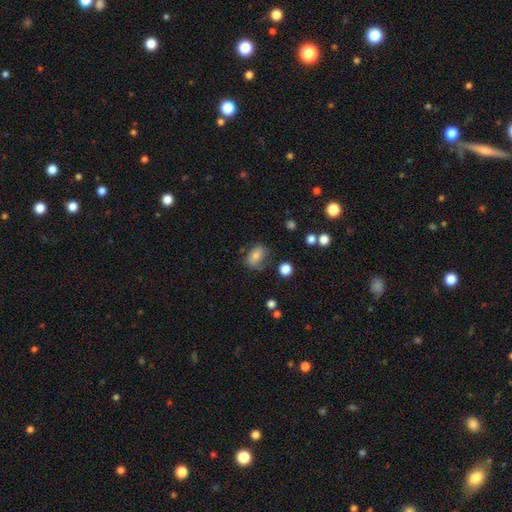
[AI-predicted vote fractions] A smooth galaxy with no disk features (74%) that is in between round and cigar-shaped (74%).

Vote fractions:
- Smooth or featured? smooth: 74% / featured or disk: 15% / star or artifact: 11%
- How rounded? in between: 74% / round: 24% / cigar-shaped: 2%
- Merging? none: 71% / minor disturbance: 19% / major disturbance: 7% / merger: 3%